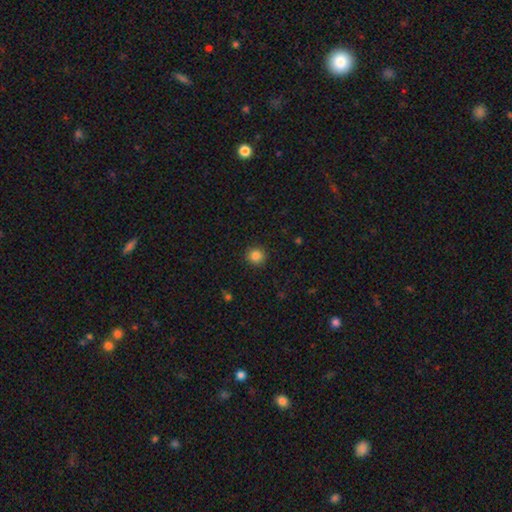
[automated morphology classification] Smooth or featured? smooth (85%)
How rounded? round (93%)
Merging? none (92%)